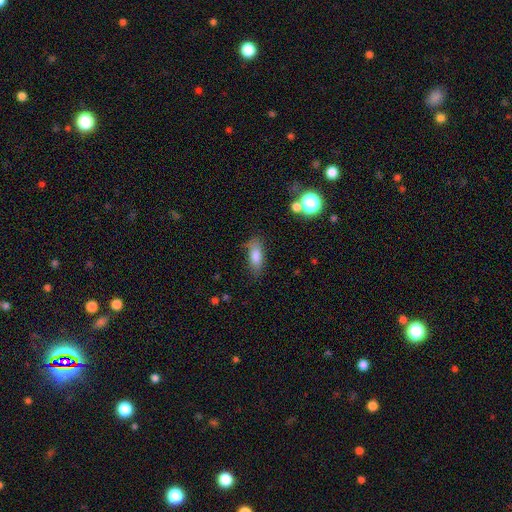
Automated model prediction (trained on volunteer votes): Morphology: type=smooth (79%); roundness=in between (76%); merging=none (69%).